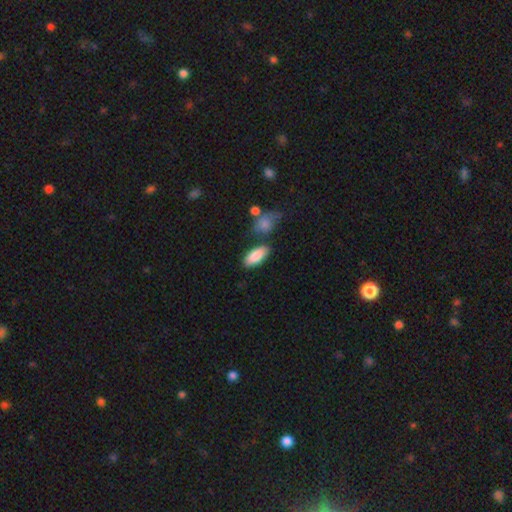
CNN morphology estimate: smooth-or-featured: smooth: 86% | featured or disk: 8% | star or artifact: 6%
  how-rounded: in between: 87% | cigar-shaped: 11% | round: 2%
  merging: none: 71% | minor disturbance: 15% | merger: 9% | major disturbance: 4%